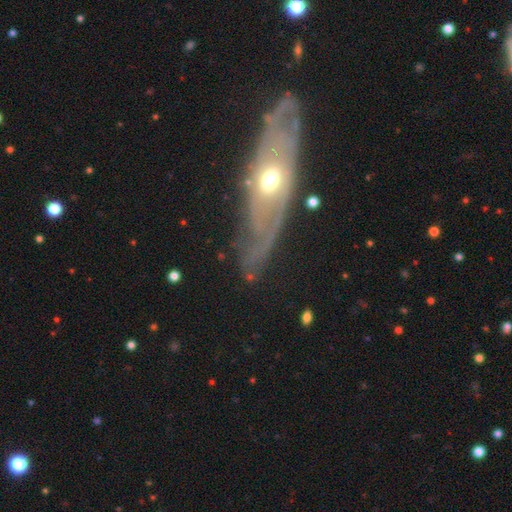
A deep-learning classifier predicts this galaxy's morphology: This is likely a featured or disk galaxy (67%). It is likely not viewed edge-on (72%). Merging: likely none (63%).